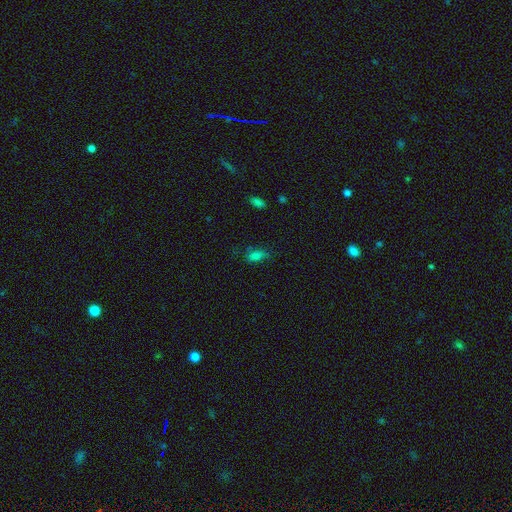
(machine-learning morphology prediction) Smooth or featured? Predicted: smooth (p=0.74). How rounded? Predicted: in between (p=0.83). Merging? Predicted: none (p=0.56).